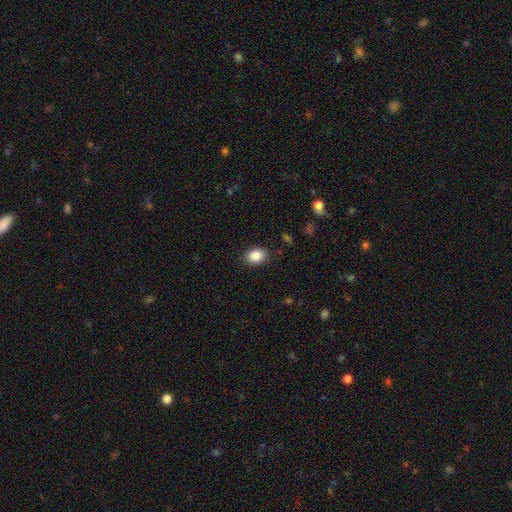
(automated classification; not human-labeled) The model was most divided on "how rounded": in between: 59%, round: 40%, cigar-shaped: 1%. More confident: merging — none (88%); smooth or featured — smooth (86%).